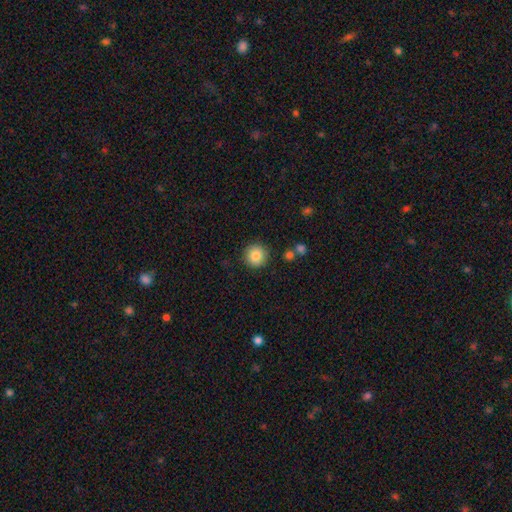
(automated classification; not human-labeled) The model was most divided on "smooth or featured": smooth: 84%, star or artifact: 9%, featured or disk: 7%. More confident: how rounded — round (94%); merging — none (89%).